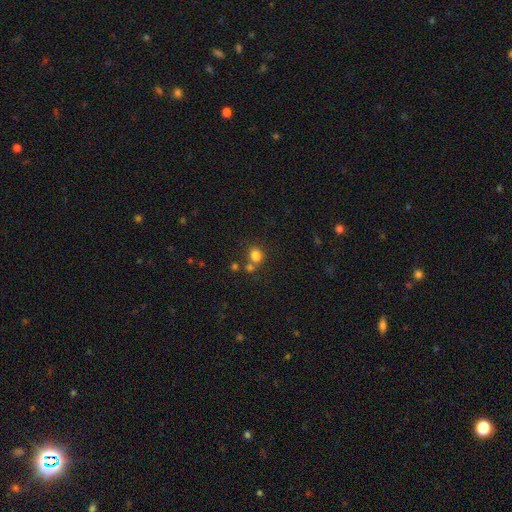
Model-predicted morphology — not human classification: A smooth galaxy with no disk features (80%) that is round (66%). Merging: none (59%).